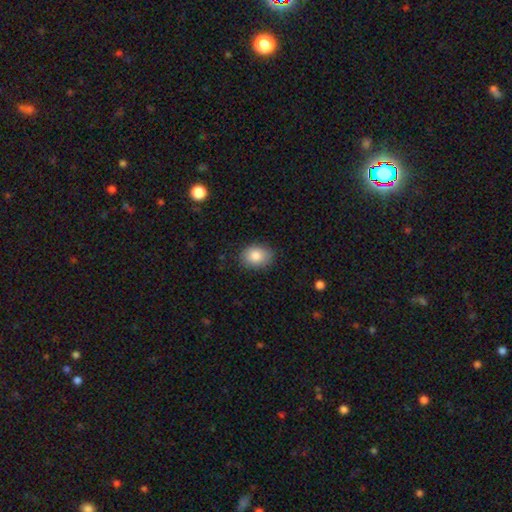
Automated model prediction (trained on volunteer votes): Morphology: type=smooth (84%); roundness=in between (67%); merging=none (85%).